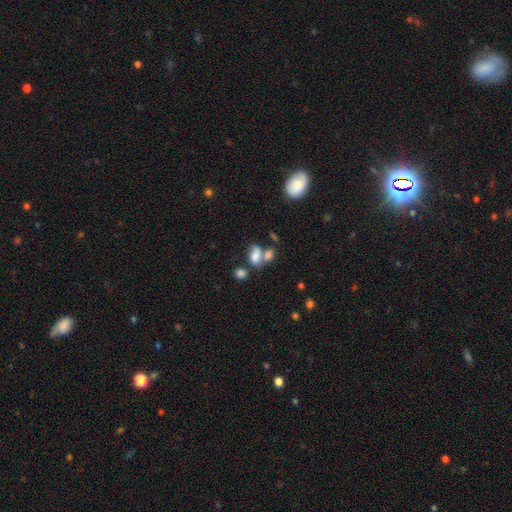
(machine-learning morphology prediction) Smooth or featured?
  - smooth: 75% *
  - featured or disk: 14%
  - star or artifact: 11%
How rounded?
  - in between: 85% *
  - round: 13%
  - cigar-shaped: 3%
Merging?
  - merger: 51% *
  - none: 28%
  - minor disturbance: 12%
  - major disturbance: 9%